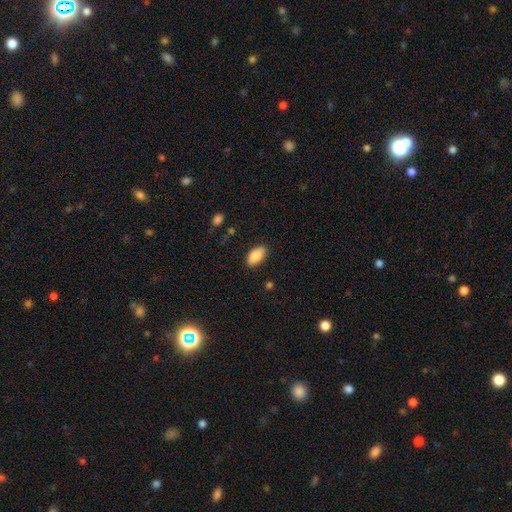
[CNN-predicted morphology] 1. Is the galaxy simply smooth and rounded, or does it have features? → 88% smooth, 7% star or artifact, 6% featured or disk.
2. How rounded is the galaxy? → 94% in between, 3% cigar-shaped, 3% round.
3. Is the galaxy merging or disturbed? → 87% none, 10% minor disturbance, 2% major disturbance, 1% merger.